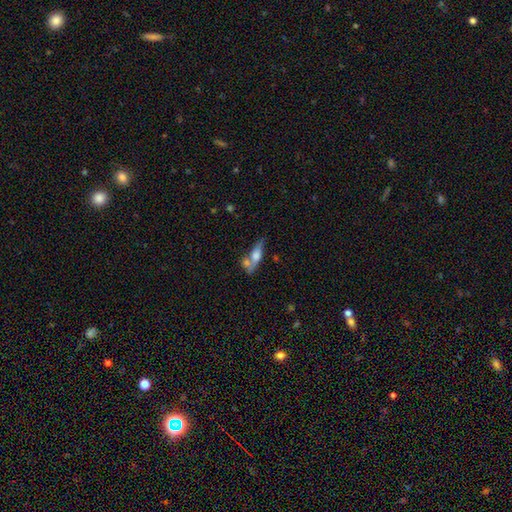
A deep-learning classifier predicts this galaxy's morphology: Smooth or featured?
  - smooth: 52% *
  - featured or disk: 40%
  - star or artifact: 8%
How rounded?
  - in between: 48% *
  - cigar-shaped: 47%
  - round: 5%
Merging?
  - none: 41% *
  - merger: 36%
  - minor disturbance: 16%
  - major disturbance: 8%